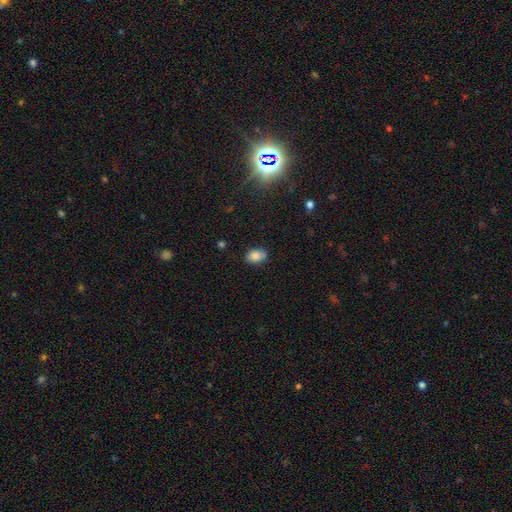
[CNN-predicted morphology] A smooth galaxy with no disk features (82%) that is in between round and cigar-shaped (75%). Merging: none (77%).